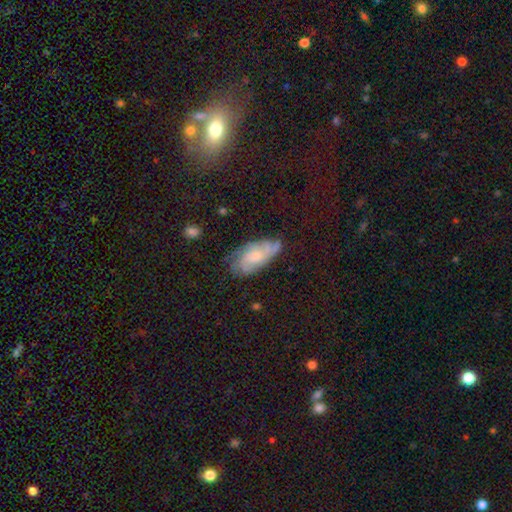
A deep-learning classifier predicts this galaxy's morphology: This is possibly a featured or disk galaxy (56%). It is clearly not viewed edge-on (92%). Bar: likely no (72%). Spiral arm pattern: clearly yes (89%). Central bulge: possibly small (53%). Merging: likely none (68%).